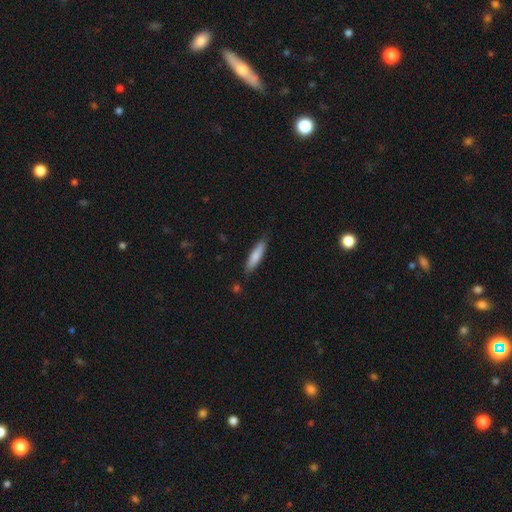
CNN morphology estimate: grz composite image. It shows a smooth galaxy with no disk features (79%) that is cigar-shaped (81%). Merging: none (83%).